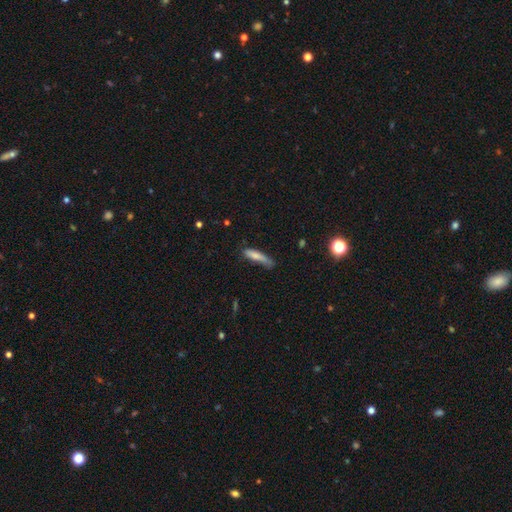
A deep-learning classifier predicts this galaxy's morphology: Smooth or featured? Predicted: smooth (p=0.74). How rounded? Predicted: cigar-shaped (p=0.81). Merging? Predicted: none (p=0.50).